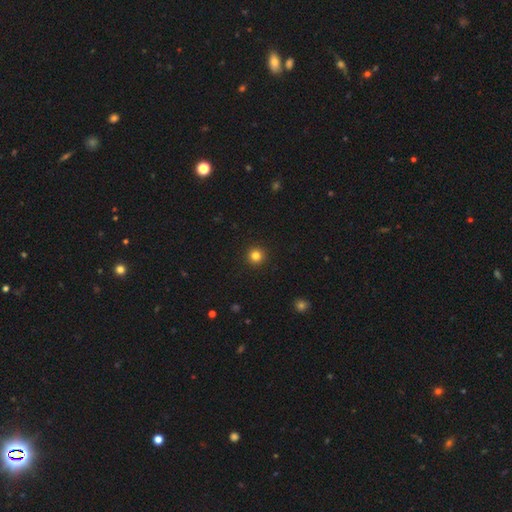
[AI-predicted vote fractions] Smooth or featured: smooth — 82% (star or artifact — 13%)
How rounded: round — 96% (in between — 3%)
Merging: none — 94% (minor disturbance — 4%)